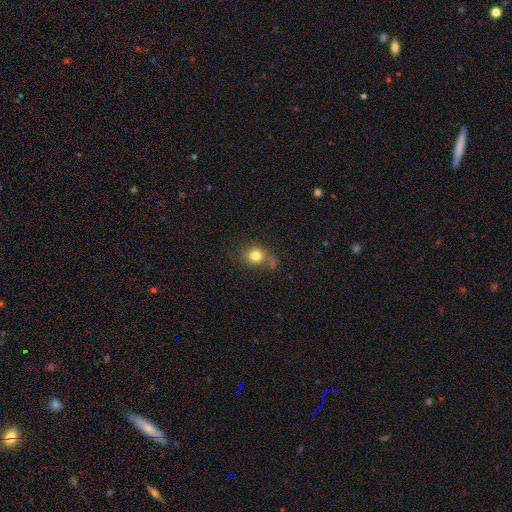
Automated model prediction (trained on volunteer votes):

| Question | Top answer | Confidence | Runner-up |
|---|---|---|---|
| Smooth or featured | smooth | 79% | star or artifact (11%) |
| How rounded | round | 74% | in between (24%) |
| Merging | none | 55% | minor disturbance (22%) |